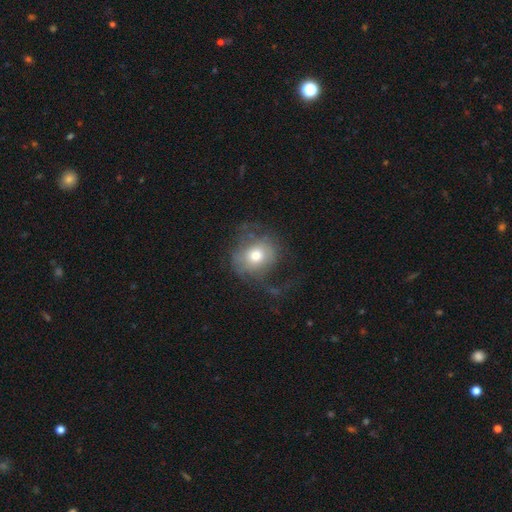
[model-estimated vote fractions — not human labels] smooth_or_featured: smooth (p=0.56) [alt: featured or disk p=0.34]
how_rounded: round (p=0.71) [alt: in between p=0.28]
merging: none (p=0.43) [alt: major disturbance p=0.34]